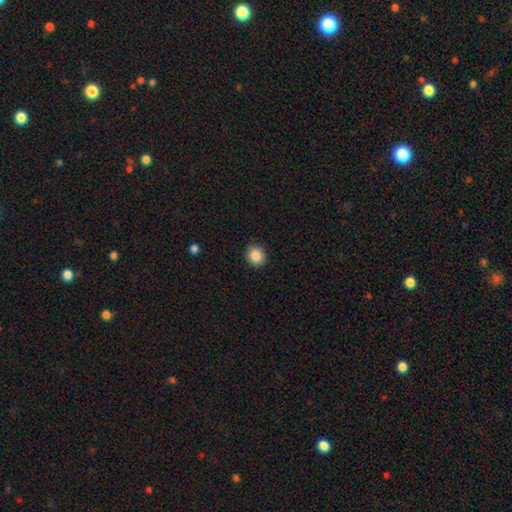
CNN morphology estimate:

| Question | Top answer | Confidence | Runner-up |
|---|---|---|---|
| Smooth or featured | smooth | 86% | star or artifact (9%) |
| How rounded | round | 84% | in between (15%) |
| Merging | none | 91% | minor disturbance (6%) |